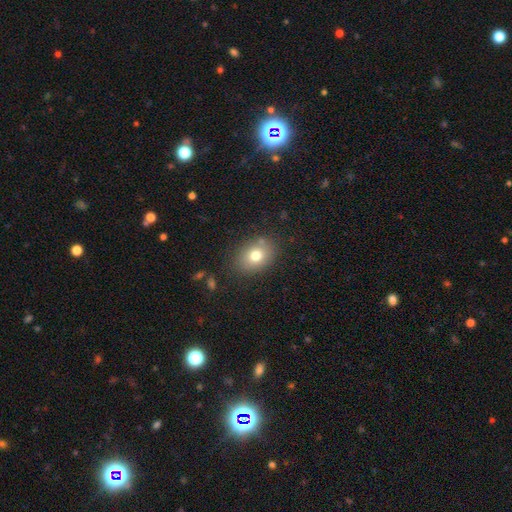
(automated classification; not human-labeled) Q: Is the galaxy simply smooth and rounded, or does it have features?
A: smooth — 76%.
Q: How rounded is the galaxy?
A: in between — 64%.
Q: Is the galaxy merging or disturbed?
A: none — 81%.